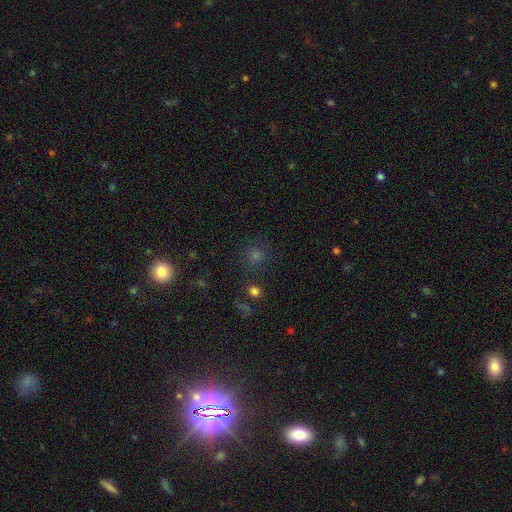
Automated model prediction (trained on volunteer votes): smooth-or-featured: smooth: 58% | star or artifact: 36% | featured or disk: 7%
  how-rounded: round: 91% | in between: 8% | cigar-shaped: 1%
  merging: none: 85% | minor disturbance: 8% | major disturbance: 4% | merger: 3%